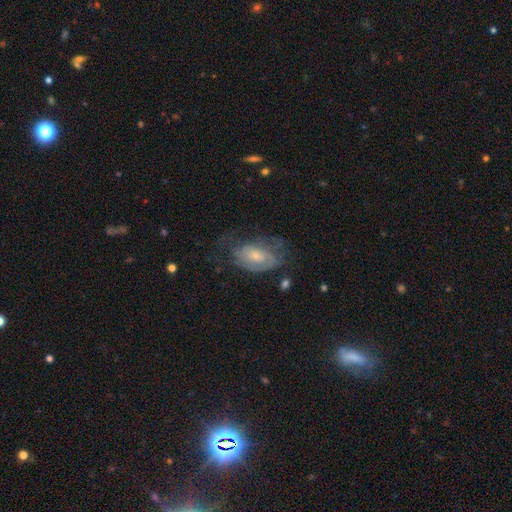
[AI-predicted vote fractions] Morphology: type=featured or disk (62%); edge-on=no (95%); bar=no (68%); spiral arms=yes (71%); bulge=small (57%); merging=none (45%).